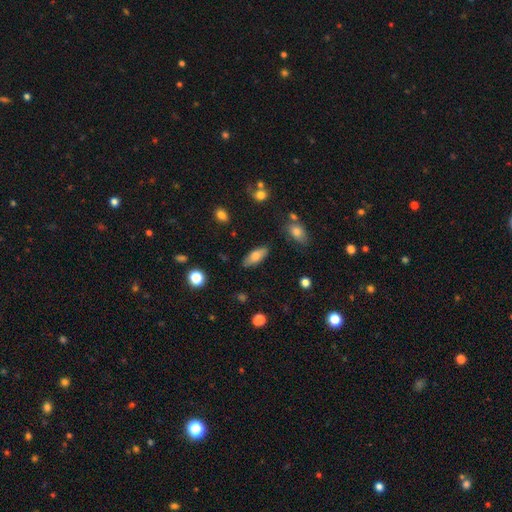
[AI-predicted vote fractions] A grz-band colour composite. It shows a smooth galaxy with no disk features (73%) that is in between round and cigar-shaped (76%). Merging: none (83%).